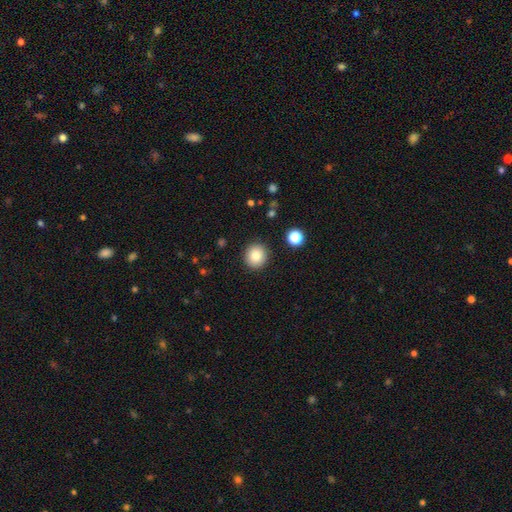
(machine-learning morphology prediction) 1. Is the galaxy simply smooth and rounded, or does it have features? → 84% smooth, 10% star or artifact, 6% featured or disk.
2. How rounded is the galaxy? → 91% round, 8% in between, 1% cigar-shaped.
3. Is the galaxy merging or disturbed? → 90% none, 6% minor disturbance, 2% major disturbance, 2% merger.